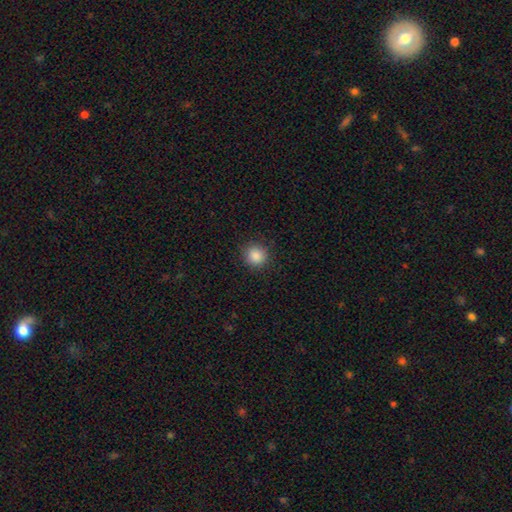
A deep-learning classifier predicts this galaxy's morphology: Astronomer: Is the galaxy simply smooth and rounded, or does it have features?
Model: smooth — 86%.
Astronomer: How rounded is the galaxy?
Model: round — 92%.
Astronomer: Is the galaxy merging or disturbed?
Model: none — 88%.